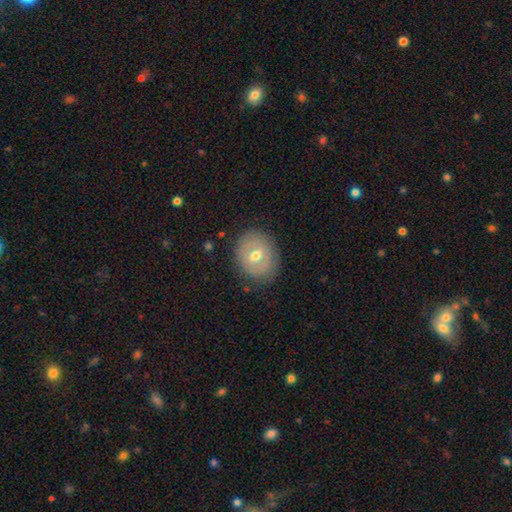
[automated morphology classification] Q: Smooth or featured?
A: smooth (52%); runner-up: featured or disk (41%)
Q: How rounded?
A: round (62%); runner-up: in between (37%)
Q: Merging?
A: none (79%); runner-up: minor disturbance (15%)